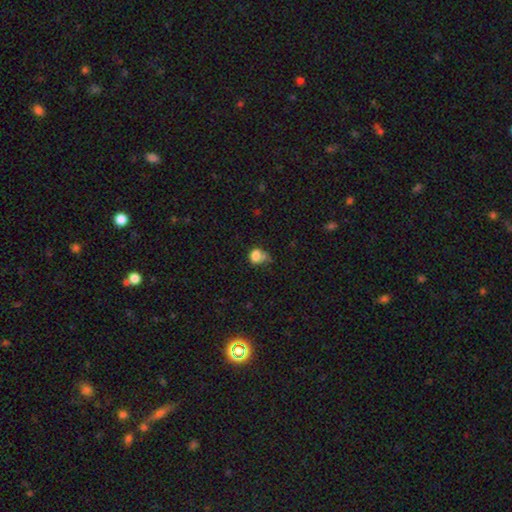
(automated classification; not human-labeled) This is likely a smooth galaxy (79%). How rounded: possibly round (59%). Merging: marginally none (38%).